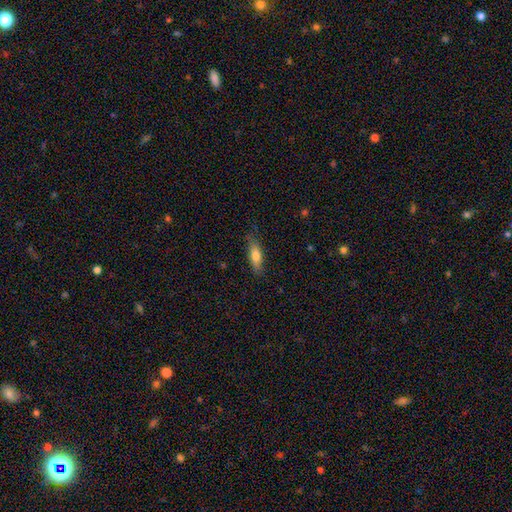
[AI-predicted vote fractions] Overall: smooth (74%). How rounded: in between (58%; cigar-shaped 39%). Merging: none (77%).